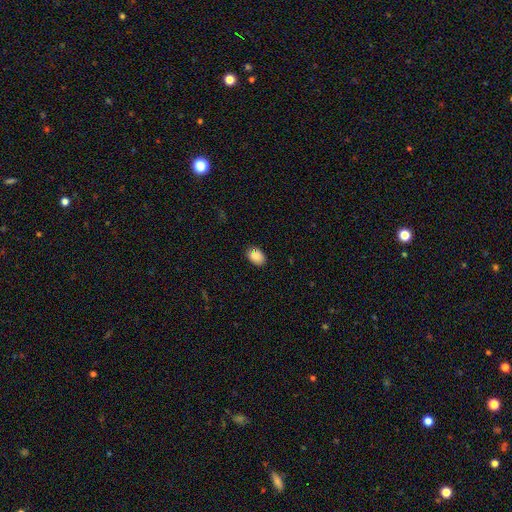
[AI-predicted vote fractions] Morphology: type=smooth (85%); roundness=in between (79%); merging=none (82%).